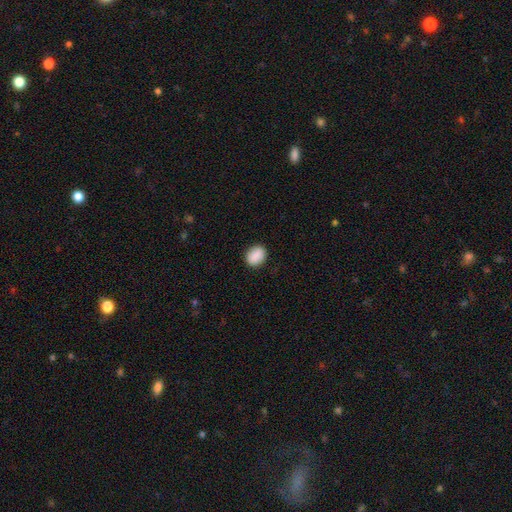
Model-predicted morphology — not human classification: The model was most divided on "how rounded": in between: 50%, round: 49%, cigar-shaped: 1%. More confident: merging — none (89%); smooth or featured — smooth (89%).